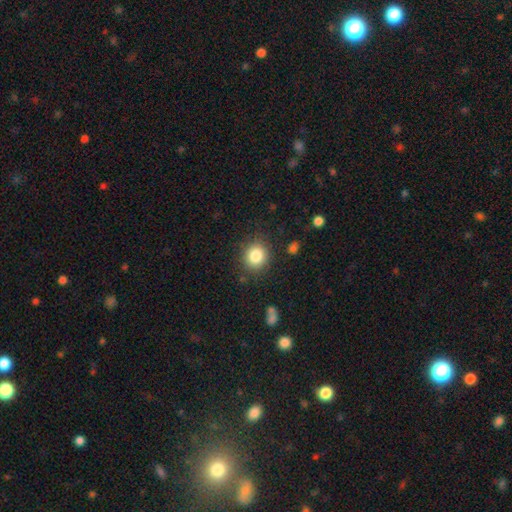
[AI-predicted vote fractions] A smooth galaxy with no disk features (84%) that is round (81%). Merging: none (85%).